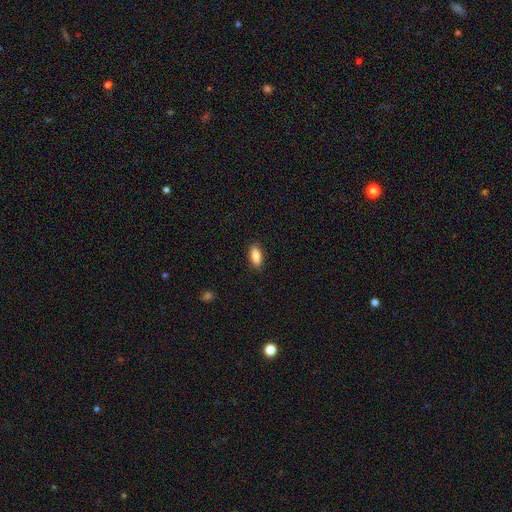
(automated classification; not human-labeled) smooth-or-featured: smooth: 87% | star or artifact: 7% | featured or disk: 7%
  how-rounded: in between: 84% | cigar-shaped: 13% | round: 3%
  merging: none: 88% | minor disturbance: 9% | major disturbance: 2% | merger: 1%